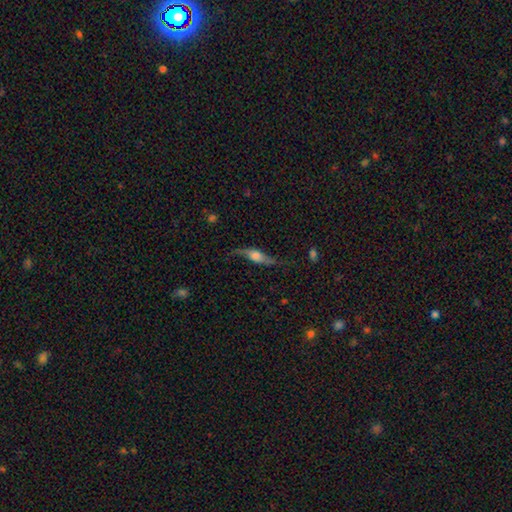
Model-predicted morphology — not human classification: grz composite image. It shows a featured or disk galaxy (65%) viewed edge-on (52%). Merging: none (64%).